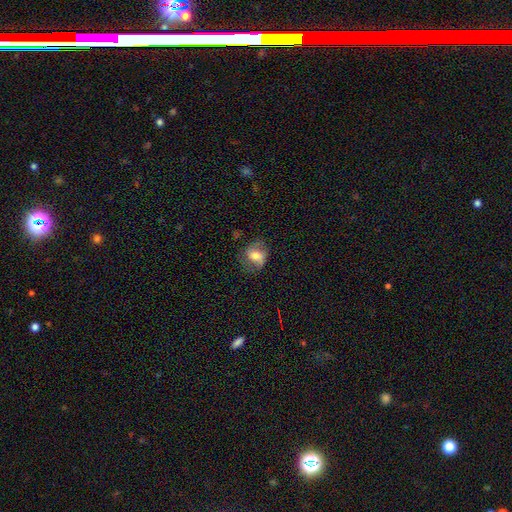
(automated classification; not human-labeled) Smooth or featured? smooth (55%)
How rounded? in between (55%)
Merging? none (64%)